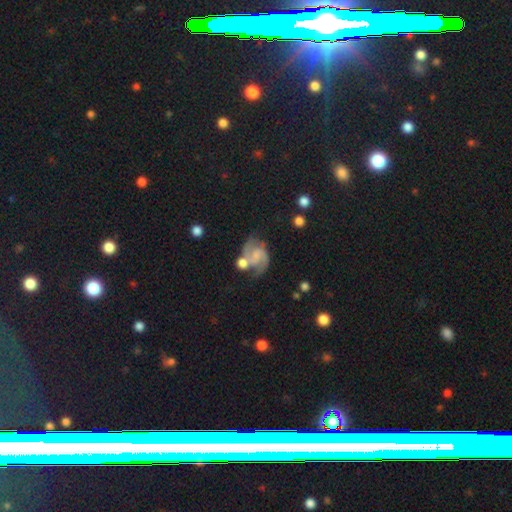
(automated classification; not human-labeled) Smooth or featured: featured or disk — 81% (smooth — 13%)
Edge-on disk: no — 98% (yes — 2%)
Bar: no — 47% (weak — 42%)
Spiral arms: yes — 95% (no — 5%)
Spiral winding: medium — 54% (loose — 27%)
Spiral arm count: 2 — 89% (can't tell — 4%)
Bulge size: small — 36% (none — 33%)
Merging: none — 47% (merger — 20%)